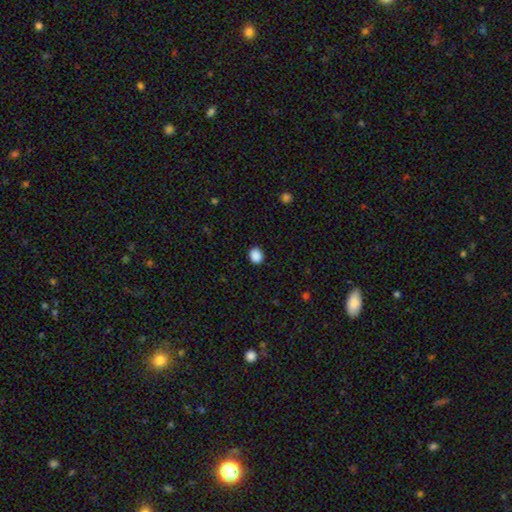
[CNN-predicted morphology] A smooth galaxy with no disk features (89%) that is round (64%).

Vote fractions:
- Smooth or featured? smooth: 89% / star or artifact: 9% / featured or disk: 2%
- How rounded? round: 64% / in between: 35% / cigar-shaped: 1%
- Merging? none: 90% / minor disturbance: 7% / major disturbance: 2% / merger: 1%